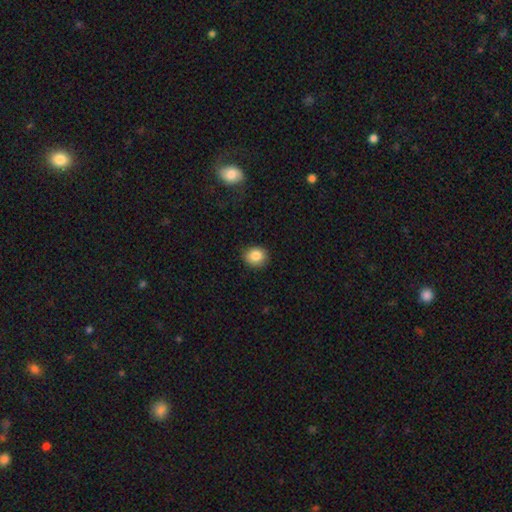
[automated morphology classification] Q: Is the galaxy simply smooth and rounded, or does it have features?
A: smooth — 85%.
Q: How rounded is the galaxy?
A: round — 77%.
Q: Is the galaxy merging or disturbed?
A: none — 88%.